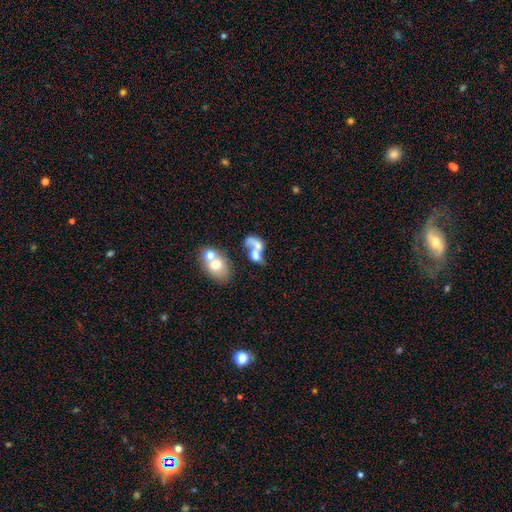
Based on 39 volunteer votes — smooth-or-featured: smooth: 54% | featured or disk: 38% | star or artifact: 8%
  how-rounded: in between: 81% | round: 14% | cigar-shaped: 5%
  merging: merger: 86% | none: 6% | major disturbance: 6% | minor disturbance: 3%